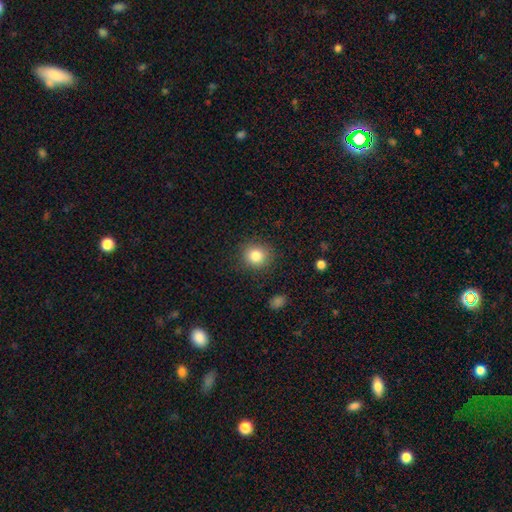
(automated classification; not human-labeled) A smooth galaxy with no disk features (83%) that is round (85%).

Vote fractions:
- Smooth or featured? smooth: 83% / star or artifact: 10% / featured or disk: 7%
- How rounded? round: 85% / in between: 14% / cigar-shaped: 1%
- Merging? none: 87% / minor disturbance: 9% / major disturbance: 3% / merger: 1%